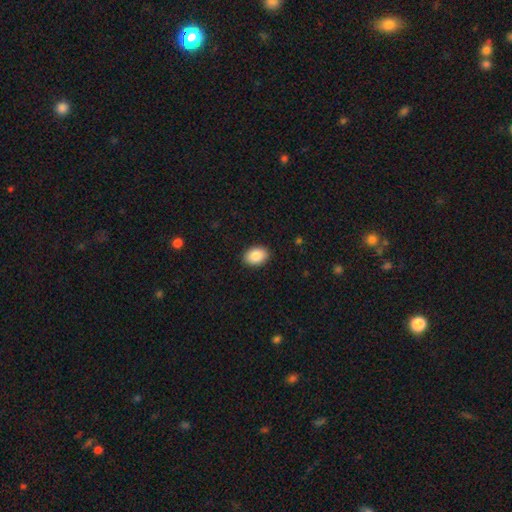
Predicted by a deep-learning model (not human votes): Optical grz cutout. It shows a smooth galaxy with no disk features (87%) that is in between round and cigar-shaped (77%). Merging: none (90%).